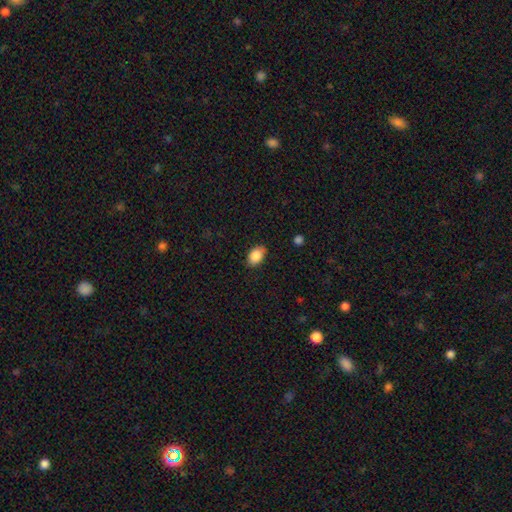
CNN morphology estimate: Overall: smooth (87%). How rounded: in between (87%). Merging: none (81%).